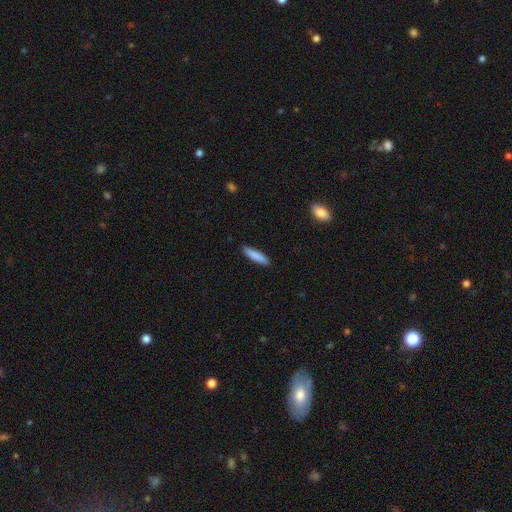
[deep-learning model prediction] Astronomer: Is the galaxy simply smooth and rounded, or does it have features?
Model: smooth — 86%.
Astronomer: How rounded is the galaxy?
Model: cigar-shaped — 84%.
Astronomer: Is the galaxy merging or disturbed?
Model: none — 91%.